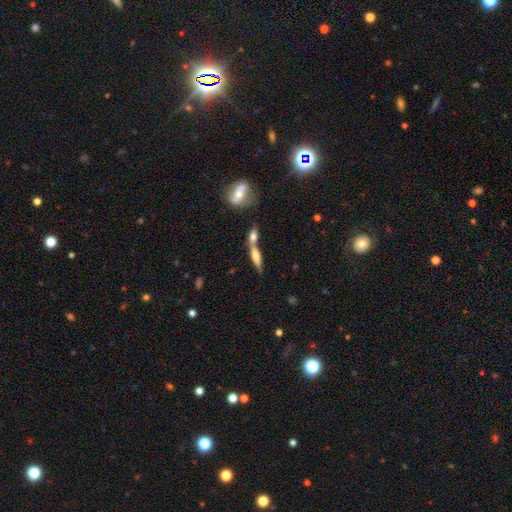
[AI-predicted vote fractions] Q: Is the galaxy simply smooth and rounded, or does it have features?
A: smooth — 51%.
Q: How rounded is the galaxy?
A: cigar-shaped — 65%.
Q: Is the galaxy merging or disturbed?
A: merger — 46%.